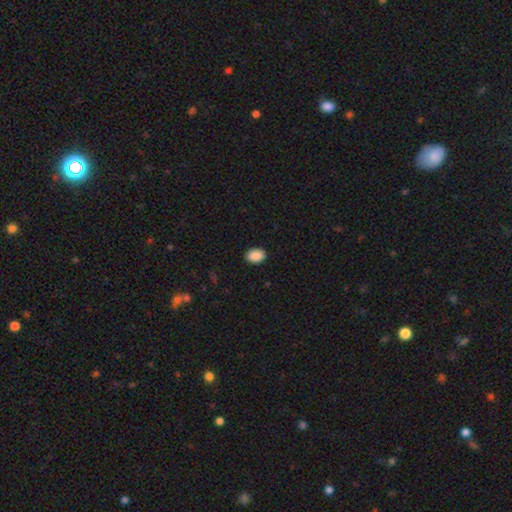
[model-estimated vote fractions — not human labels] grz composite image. It shows a smooth galaxy with no disk features (90%) that is in between round and cigar-shaped (77%). Merging: none (90%).